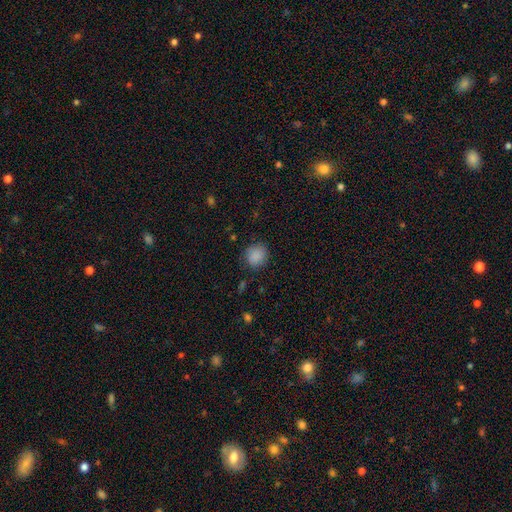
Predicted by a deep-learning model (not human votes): Smooth or featured?
  - smooth: 88% *
  - star or artifact: 9%
  - featured or disk: 4%
How rounded?
  - round: 84% *
  - in between: 15%
  - cigar-shaped: 1%
Merging?
  - none: 84% *
  - minor disturbance: 12%
  - major disturbance: 3%
  - merger: 1%